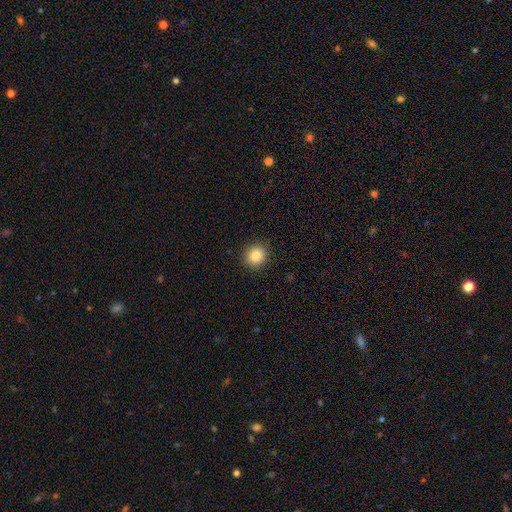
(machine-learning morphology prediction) smooth-or-featured: smooth: 85% | star or artifact: 10% | featured or disk: 5%
  how-rounded: round: 84% | in between: 15% | cigar-shaped: 1%
  merging: none: 91% | minor disturbance: 6% | major disturbance: 2% | merger: 1%